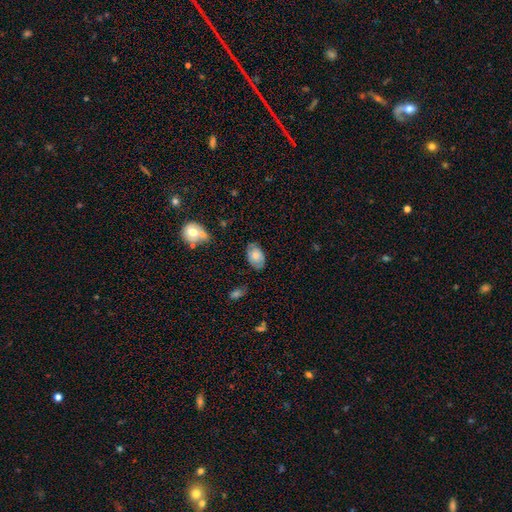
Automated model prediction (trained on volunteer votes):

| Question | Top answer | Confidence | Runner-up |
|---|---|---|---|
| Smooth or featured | smooth | 63% | featured or disk (29%) |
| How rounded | in between | 87% | round (11%) |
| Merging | none | 70% | minor disturbance (22%) |